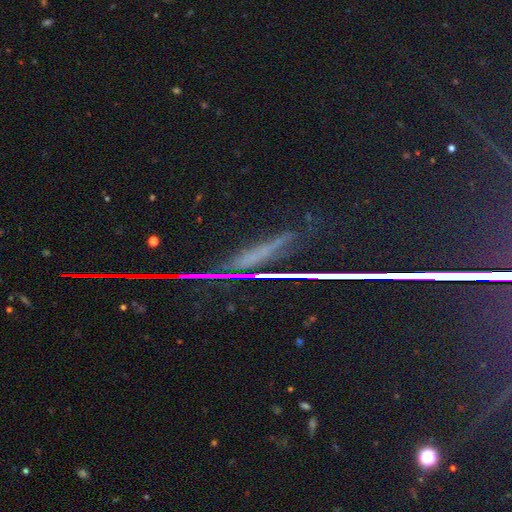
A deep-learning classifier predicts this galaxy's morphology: This is likely a star or artifact rather than a galaxy (72%).